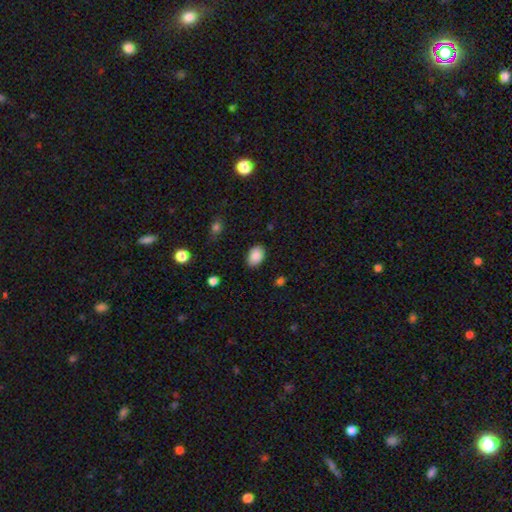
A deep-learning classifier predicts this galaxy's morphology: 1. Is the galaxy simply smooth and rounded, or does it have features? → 88% smooth, 8% star or artifact, 4% featured or disk.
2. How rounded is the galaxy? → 82% in between, 17% round, 1% cigar-shaped.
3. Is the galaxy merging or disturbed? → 85% none, 11% minor disturbance, 3% major disturbance, 1% merger.